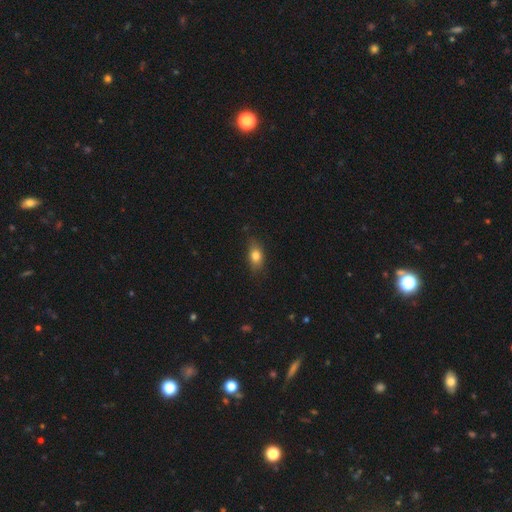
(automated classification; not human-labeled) Morphology: type=smooth (79%); roundness=in between (79%); merging=none (80%).